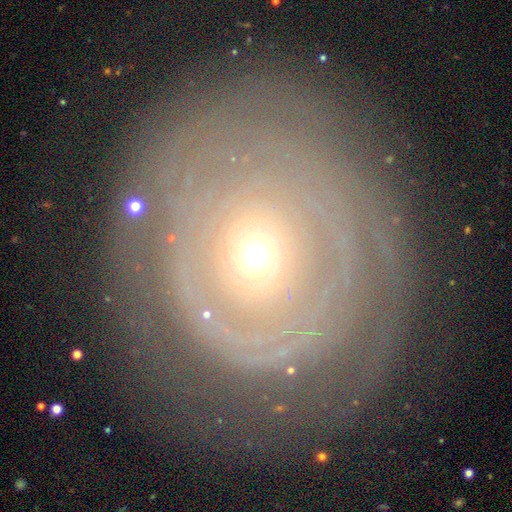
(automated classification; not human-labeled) Morphology: type=featured or disk (77%); edge-on=no (96%); bar=no (83%); spiral arms=yes (75%); winding=tight (77%); arm count=can't tell (43%); bulge=small (63%); merging=none (66%).